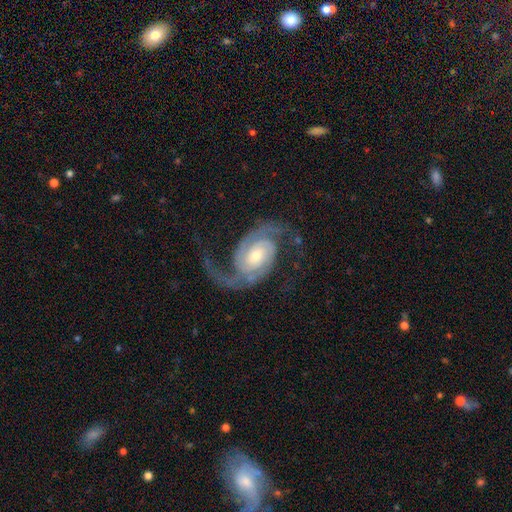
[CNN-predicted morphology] A featured or disk galaxy (93%) with no bar (58%), 2 (93%) medium (51%) spiral arms (98%) and a small central bulge (49%).

Vote fractions:
- Smooth or featured? featured or disk: 93% / star or artifact: 4% / smooth: 3%
- Edge-on disk? no: 98% / yes: 2%
- Bar? no: 58% / weak: 30% / strong: 12%
- Spiral arms? yes: 98% / no: 2%
- Spiral winding? medium: 51% / tight: 25% / loose: 23%
- Spiral arm count? 2: 93% / 3: 2% / can't tell: 2% / 1: 1% / 4: 1% / more than 4: 1%
- Bulge size? small: 49% / moderate: 44% / large: 4% / none: 1% / dominant: 1%
- Merging? none: 73% / minor disturbance: 14% / major disturbance: 12% / merger: 2%